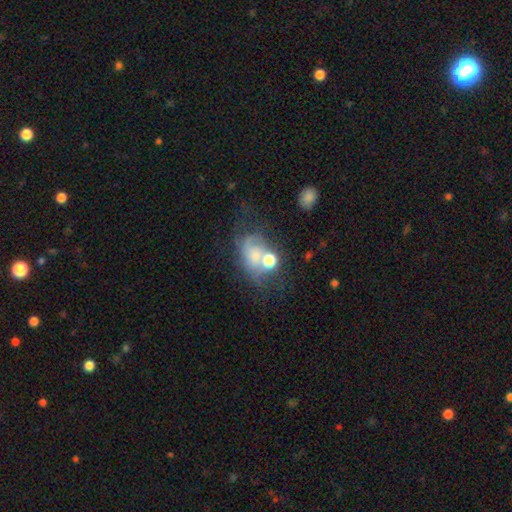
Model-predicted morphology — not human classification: Overall: smooth (45%; featured or disk 38%). Merging: merger (28%, tied with none).